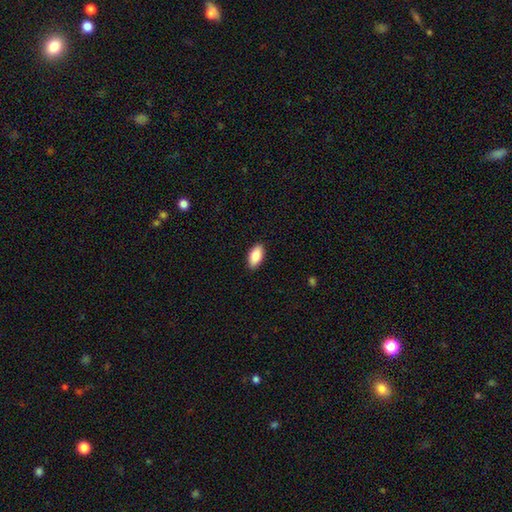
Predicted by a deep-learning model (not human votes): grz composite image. It shows a smooth galaxy with no disk features (85%) that is in between round and cigar-shaped (92%). Merging: none (90%).